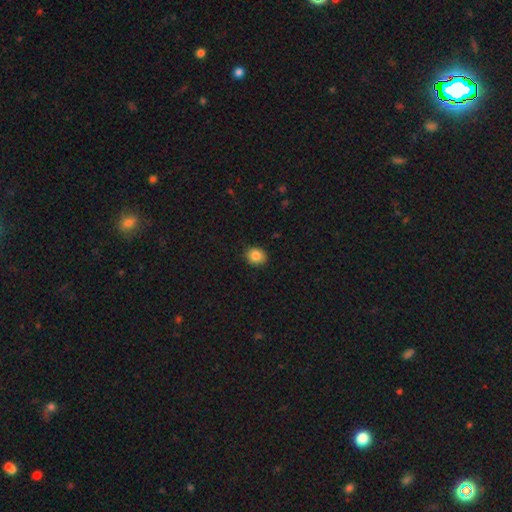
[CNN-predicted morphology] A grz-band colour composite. It shows a smooth galaxy with no disk features (85%) that is round (64%). Merging: none (89%).